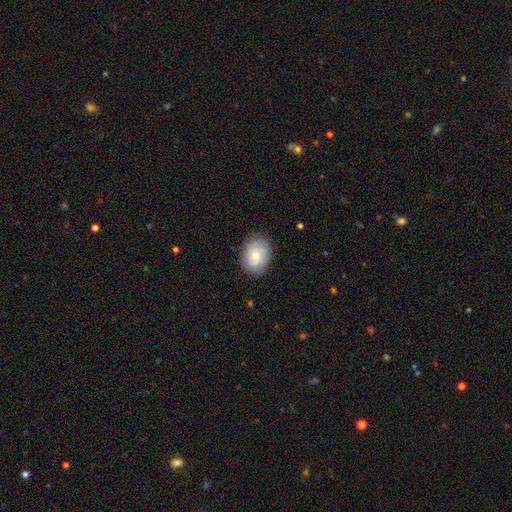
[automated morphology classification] Smooth or featured: smooth — 69% (featured or disk — 23%)
How rounded: in between — 65% (round — 34%)
Merging: none — 83% (minor disturbance — 13%)